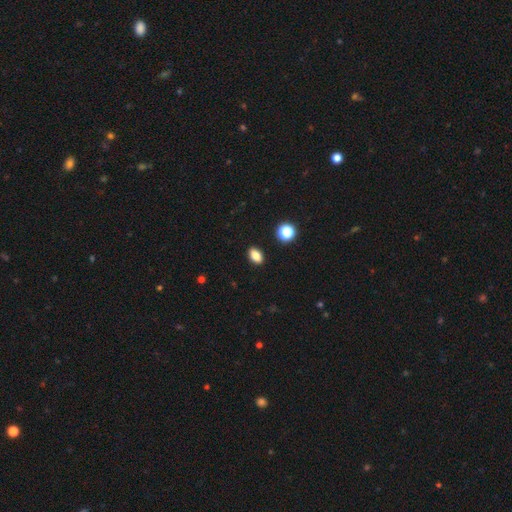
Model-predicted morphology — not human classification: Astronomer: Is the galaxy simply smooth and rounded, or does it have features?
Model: smooth — 83%.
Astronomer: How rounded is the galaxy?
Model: in between — 84%.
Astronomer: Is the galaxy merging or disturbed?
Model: none — 90%.